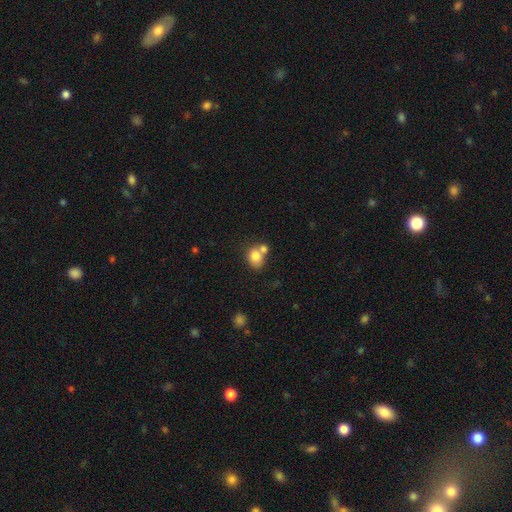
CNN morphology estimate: type=smooth (79%); roundness=round (54%); merging=none (43%).